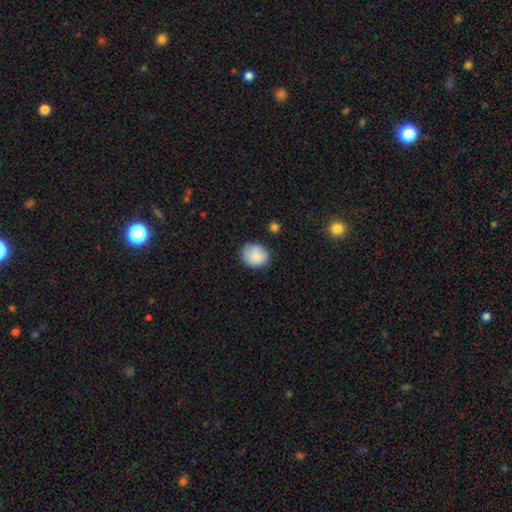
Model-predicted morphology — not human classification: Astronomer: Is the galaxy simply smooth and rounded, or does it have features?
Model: smooth — 87%.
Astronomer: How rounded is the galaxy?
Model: round — 71%.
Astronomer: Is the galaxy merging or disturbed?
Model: none — 79%.